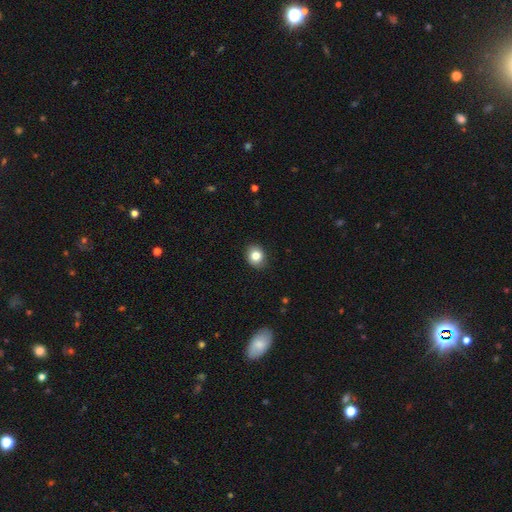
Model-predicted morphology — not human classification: smooth-or-featured: smooth: 81% | star or artifact: 10% | featured or disk: 8%
  how-rounded: round: 66% | in between: 33% | cigar-shaped: 1%
  merging: none: 89% | minor disturbance: 8% | major disturbance: 2% | merger: 1%